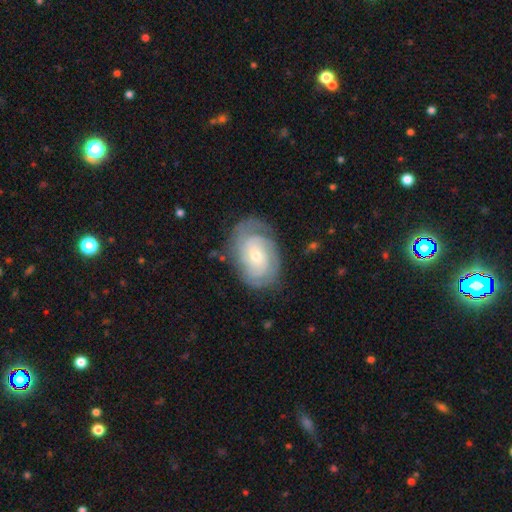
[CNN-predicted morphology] smooth-or-featured: featured or disk: 82% | smooth: 13% | star or artifact: 5%
  disk-edge-on: no: 97% | yes: 3%
    bar: no: 67% | weak: 28% | strong: 5%
    has-spiral-arms: yes: 95% | no: 5%
      spiral-winding: tight: 71% | medium: 24% | loose: 6%
      spiral-arm-count: can't tell: 33% | 2: 29% | 3: 20% | 4: 8% | 1: 5% | more than 4: 5%
    bulge-size: small: 59% | moderate: 37% | large: 2% | none: 1% | dominant: 1%
  merging: none: 75% | minor disturbance: 17% | major disturbance: 6% | merger: 1%